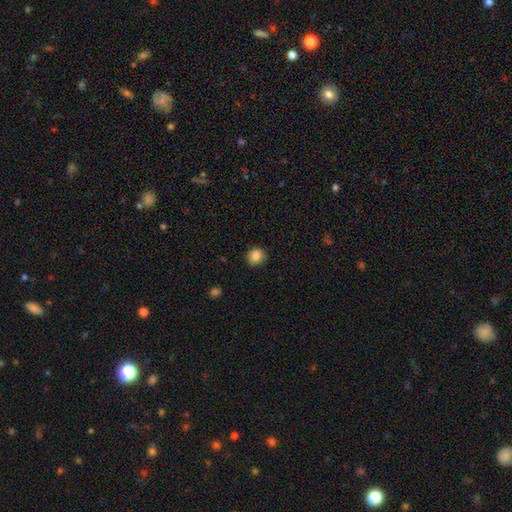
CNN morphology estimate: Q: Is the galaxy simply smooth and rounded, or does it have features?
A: smooth — 84%.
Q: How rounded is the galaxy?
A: round — 82%.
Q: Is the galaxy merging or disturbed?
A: none — 83%.